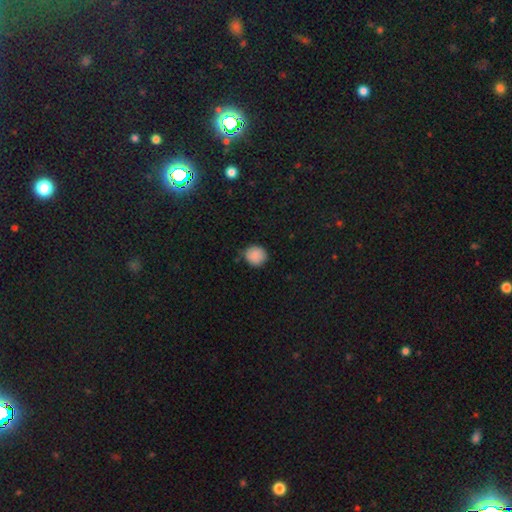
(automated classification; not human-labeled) A smooth galaxy with no disk features (88%) that is round (87%).

Vote fractions:
- Smooth or featured? smooth: 88% / star or artifact: 9% / featured or disk: 4%
- How rounded? round: 87% / in between: 12% / cigar-shaped: 1%
- Merging? none: 77% / minor disturbance: 18% / major disturbance: 3% / merger: 2%